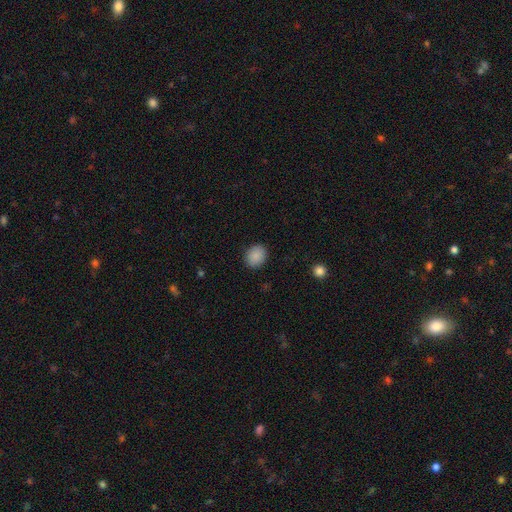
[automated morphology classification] This is clearly a smooth galaxy (89%). How rounded: possibly round (59%). Merging: clearly none (89%).